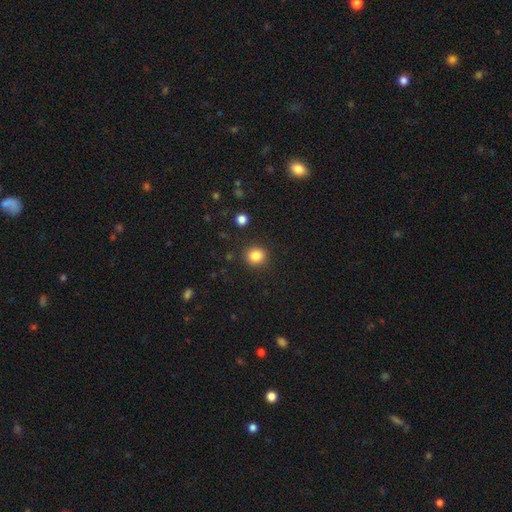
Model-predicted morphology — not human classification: smooth 84%, star or artifact 11%, featured or disk 5%. Down the decision tree: how rounded — round (86%); merging — none (90%).